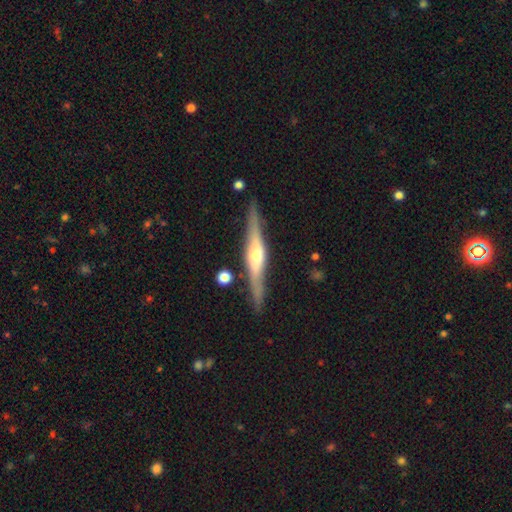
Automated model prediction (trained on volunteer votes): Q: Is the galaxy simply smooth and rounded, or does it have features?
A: featured or disk — 77%.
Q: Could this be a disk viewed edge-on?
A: yes — 97%.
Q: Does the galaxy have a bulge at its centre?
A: rounded — 83%.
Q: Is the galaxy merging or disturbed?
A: none — 87%.